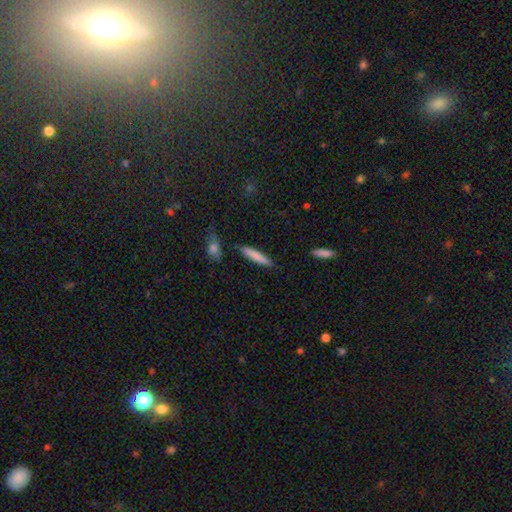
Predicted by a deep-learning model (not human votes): Smooth or featured: smooth — 80% (featured or disk — 14%)
How rounded: cigar-shaped — 89% (in between — 10%)
Merging: none — 83% (minor disturbance — 11%)